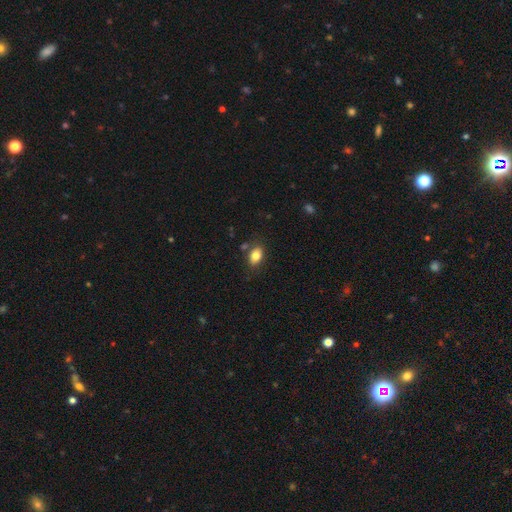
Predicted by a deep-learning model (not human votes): smooth-or-featured: smooth: 82% | featured or disk: 10% | star or artifact: 9%
  how-rounded: in between: 83% | round: 15% | cigar-shaped: 2%
  merging: none: 77% | minor disturbance: 14% | merger: 6% | major disturbance: 4%